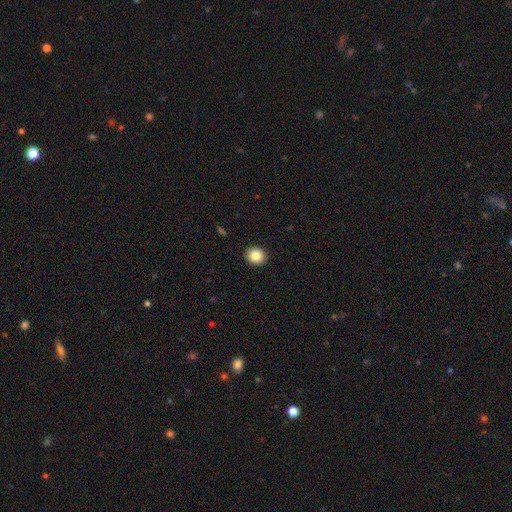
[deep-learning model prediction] A smooth galaxy with no disk features (84%) that is round (83%).

Vote fractions:
- Smooth or featured? smooth: 84% / star or artifact: 9% / featured or disk: 6%
- How rounded? round: 83% / in between: 16% / cigar-shaped: 1%
- Merging? none: 93% / minor disturbance: 5% / major disturbance: 1% / merger: 1%